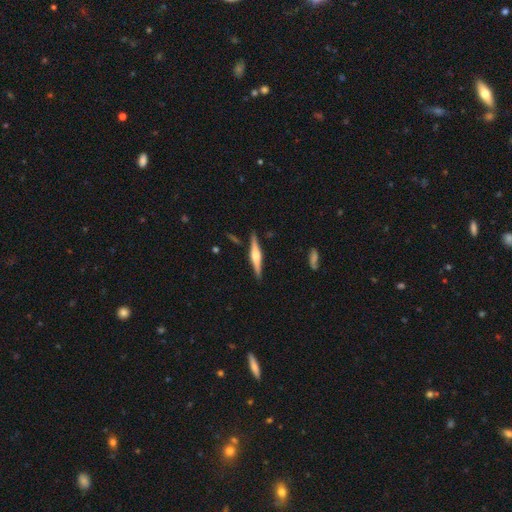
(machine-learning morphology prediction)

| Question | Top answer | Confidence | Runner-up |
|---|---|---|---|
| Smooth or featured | featured or disk | 74% | smooth (21%) |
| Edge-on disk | yes | 98% | no (2%) |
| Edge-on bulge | rounded | 83% | boxy (13%) |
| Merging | none | 90% | minor disturbance (7%) |